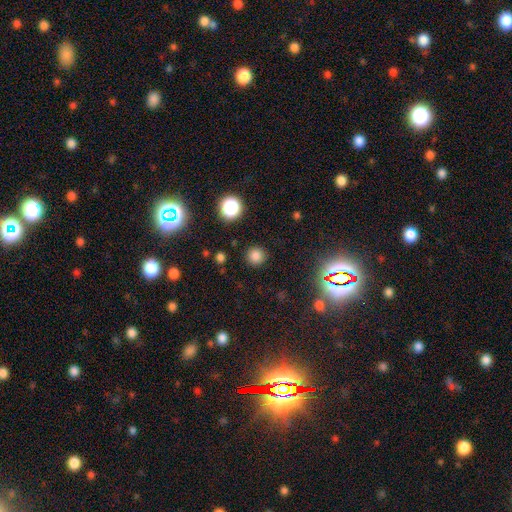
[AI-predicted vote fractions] smooth_or_featured: smooth (p=0.79) [alt: star or artifact p=0.17]
how_rounded: round (p=0.94) [alt: in between p=0.05]
merging: none (p=0.89) [alt: minor disturbance p=0.06]